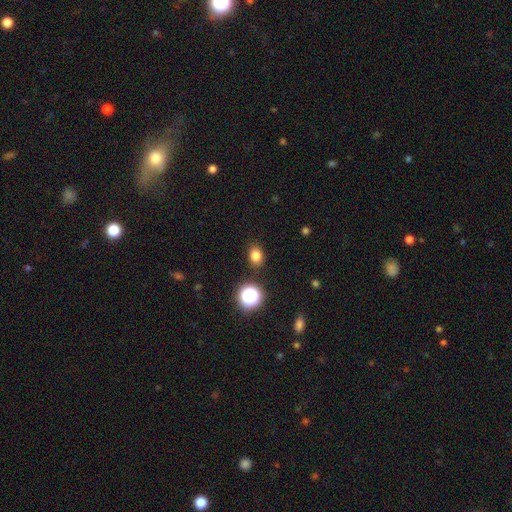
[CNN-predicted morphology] This is likely a smooth galaxy (79%). How rounded: possibly in between (50%). Merging: clearly none (87%).